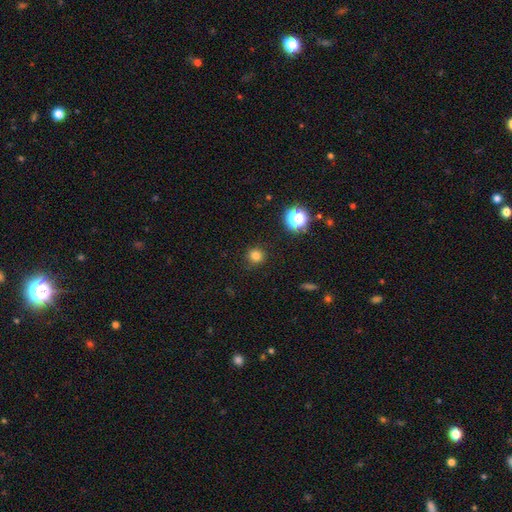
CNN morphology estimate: Smooth or featured? Predicted: smooth (p=0.79). How rounded? Predicted: round (p=0.94). Merging? Predicted: none (p=0.90).